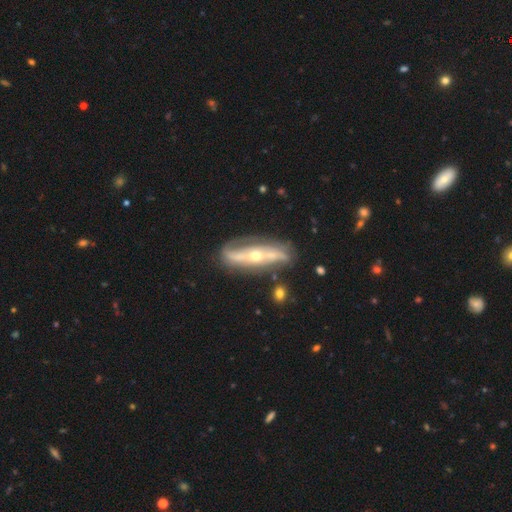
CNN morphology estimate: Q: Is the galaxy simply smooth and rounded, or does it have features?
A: featured or disk — 84%.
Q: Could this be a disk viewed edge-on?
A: no — 75%.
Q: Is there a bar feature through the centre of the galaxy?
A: strong — 43%.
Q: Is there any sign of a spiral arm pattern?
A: yes — 87%.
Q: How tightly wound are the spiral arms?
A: loose — 42%.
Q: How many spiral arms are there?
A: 2 — 81%.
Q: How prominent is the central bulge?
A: moderate — 53%.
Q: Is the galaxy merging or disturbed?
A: none — 68%.